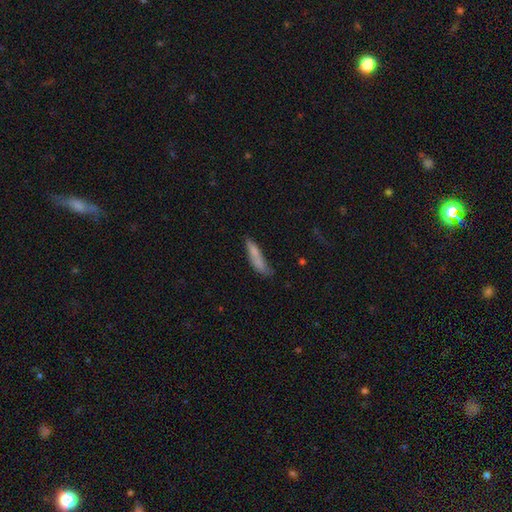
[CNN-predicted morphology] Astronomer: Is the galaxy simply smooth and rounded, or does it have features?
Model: smooth — 75%.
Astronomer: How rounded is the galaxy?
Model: cigar-shaped — 81%.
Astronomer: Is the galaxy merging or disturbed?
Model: none — 55%.